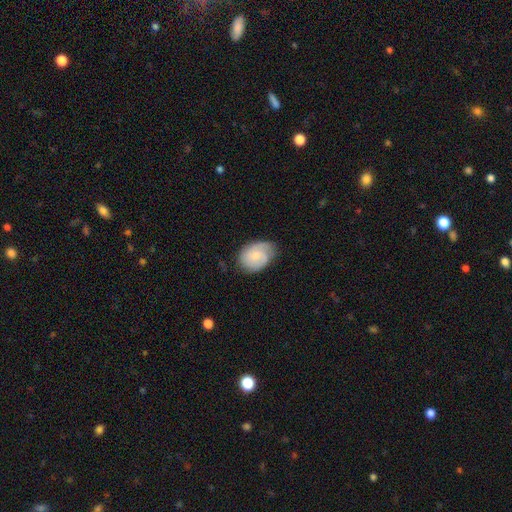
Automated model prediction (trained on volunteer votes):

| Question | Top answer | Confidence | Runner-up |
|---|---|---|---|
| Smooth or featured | featured or disk | 49% | smooth (45%) |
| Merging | none | 66% | minor disturbance (26%) |